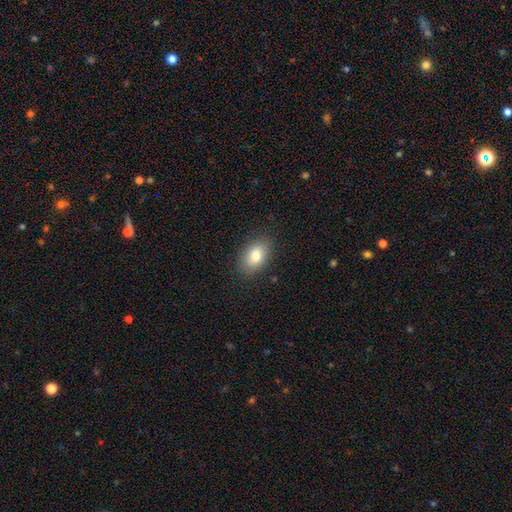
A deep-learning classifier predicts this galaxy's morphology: smooth_or_featured: smooth (p=0.81) [alt: featured or disk p=0.11]
how_rounded: in between (p=0.87) [alt: round p=0.11]
merging: none (p=0.86) [alt: minor disturbance p=0.10]